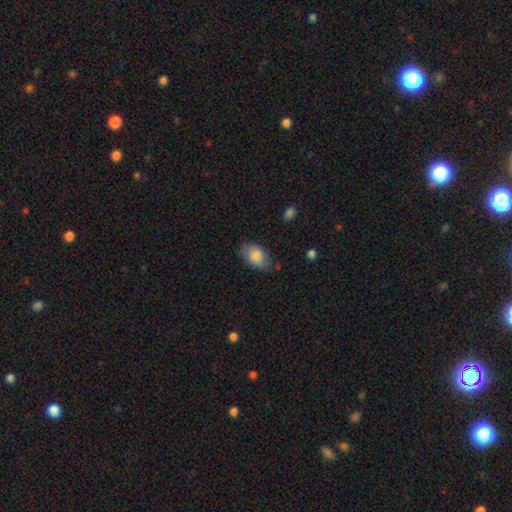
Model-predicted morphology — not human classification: Overall: smooth (85%). How rounded: in between (89%). Merging: none (74%).